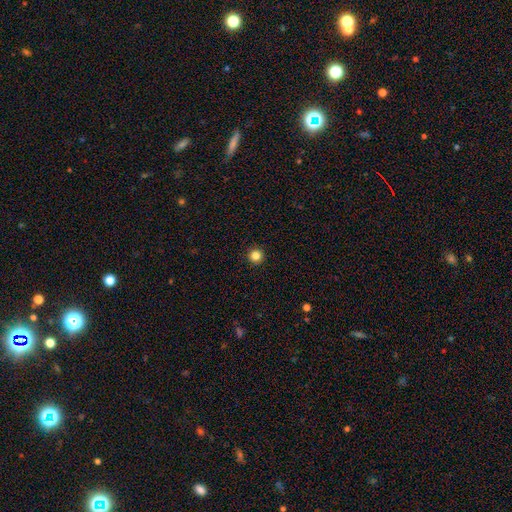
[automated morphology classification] A smooth galaxy with no disk features (84%) that is round (96%).

Vote fractions:
- Smooth or featured? smooth: 84% / star or artifact: 12% / featured or disk: 4%
- How rounded? round: 96% / in between: 3% / cigar-shaped: 1%
- Merging? none: 94% / minor disturbance: 4% / major disturbance: 1% / merger: 1%